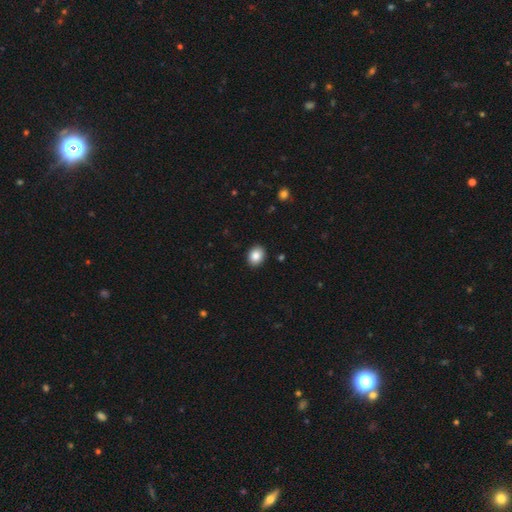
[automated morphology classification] type=smooth (86%); roundness=in between (50%); merging=none (91%).